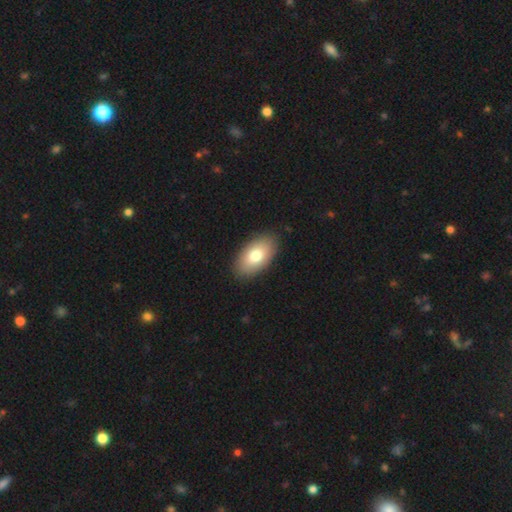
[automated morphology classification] Smooth or featured?
  - smooth: 79% *
  - featured or disk: 15%
  - star or artifact: 6%
How rounded?
  - in between: 95% *
  - round: 4%
  - cigar-shaped: 2%
Merging?
  - none: 88% *
  - minor disturbance: 9%
  - major disturbance: 2%
  - merger: 1%